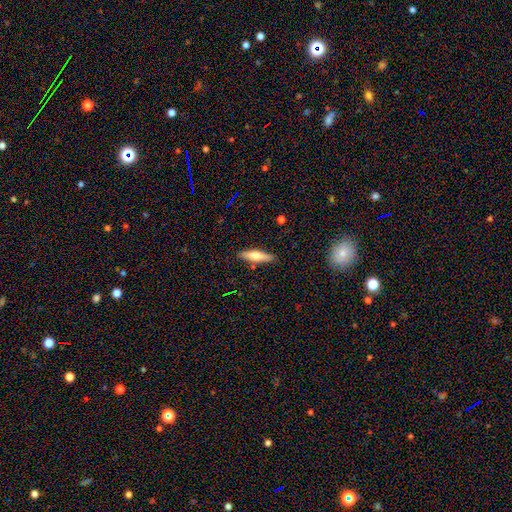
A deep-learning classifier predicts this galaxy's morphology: Smooth or featured? Predicted: smooth (p=0.56). How rounded? Predicted: cigar-shaped (p=0.66). Merging? Predicted: none (p=0.87).